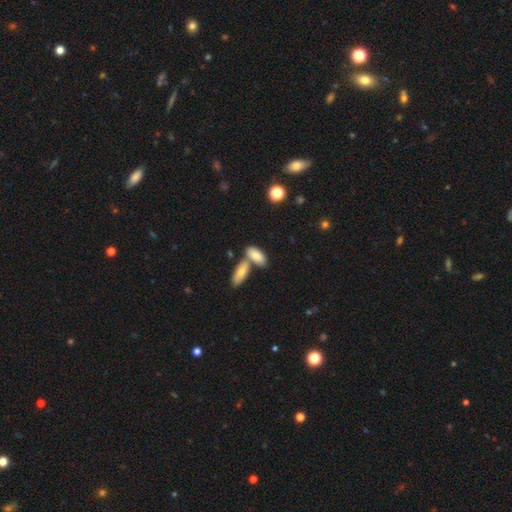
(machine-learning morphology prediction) A smooth galaxy with no disk features (81%) that is in between round and cigar-shaped (84%). Merging: none (44%, tied with merger).